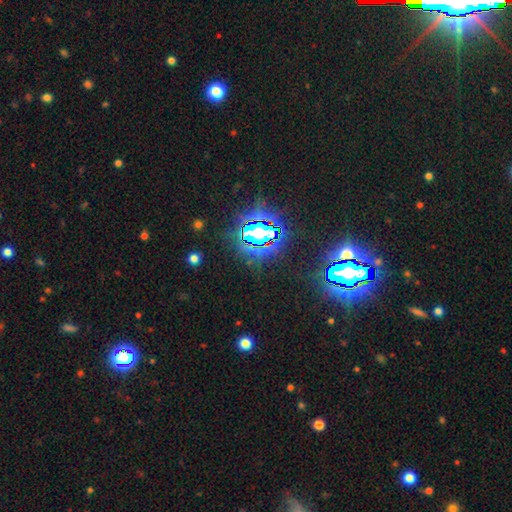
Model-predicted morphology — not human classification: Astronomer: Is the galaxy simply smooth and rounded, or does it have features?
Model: star or artifact — 84%.